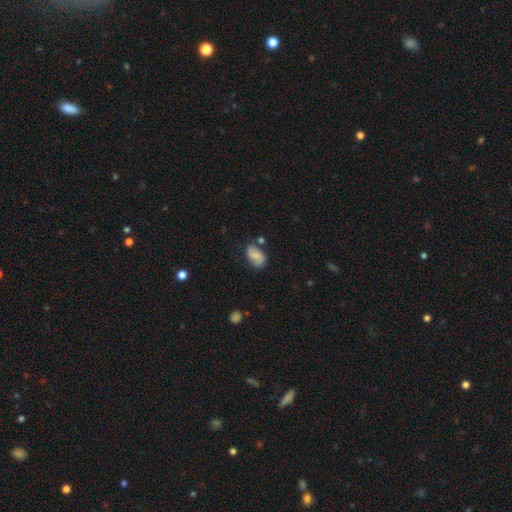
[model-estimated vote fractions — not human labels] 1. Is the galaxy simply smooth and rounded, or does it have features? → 62% smooth, 29% featured or disk, 8% star or artifact.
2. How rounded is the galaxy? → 90% in between, 8% round, 2% cigar-shaped.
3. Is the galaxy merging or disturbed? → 64% none, 23% minor disturbance, 6% merger, 6% major disturbance.